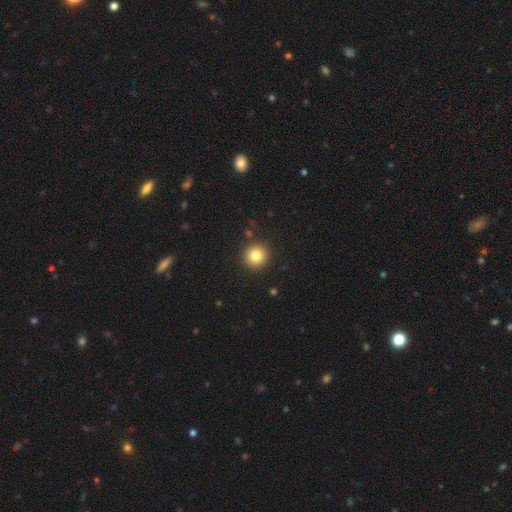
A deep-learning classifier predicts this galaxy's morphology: Smooth or featured? Predicted: smooth (p=0.82). How rounded? Predicted: round (p=0.94). Merging? Predicted: none (p=0.91).